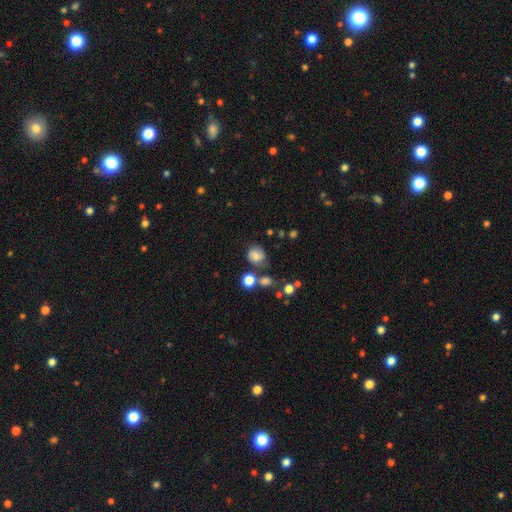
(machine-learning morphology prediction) The model was most divided on "how rounded": round: 70%, in between: 29%, cigar-shaped: 1%. More confident: smooth or featured — smooth (72%); merging — none (62%).